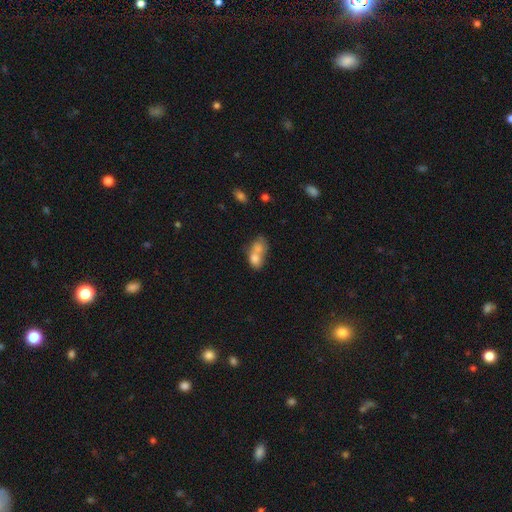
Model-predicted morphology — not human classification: type=smooth (72%); roundness=in between (67%); merging=merger (72%).